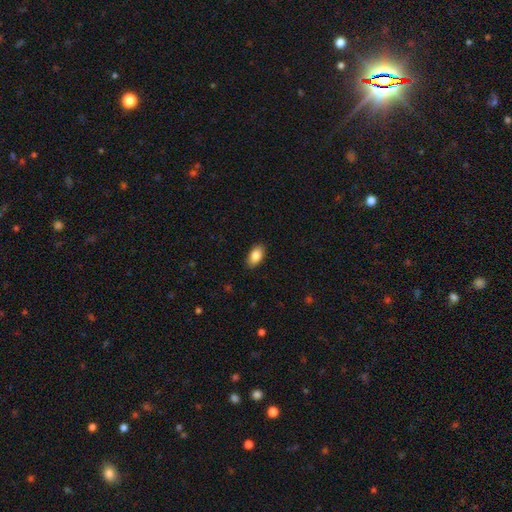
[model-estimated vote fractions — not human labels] This appears to be a smooth galaxy with no disk features (87%) that is in between round and cigar-shaped (93%). Merging: none (88%).